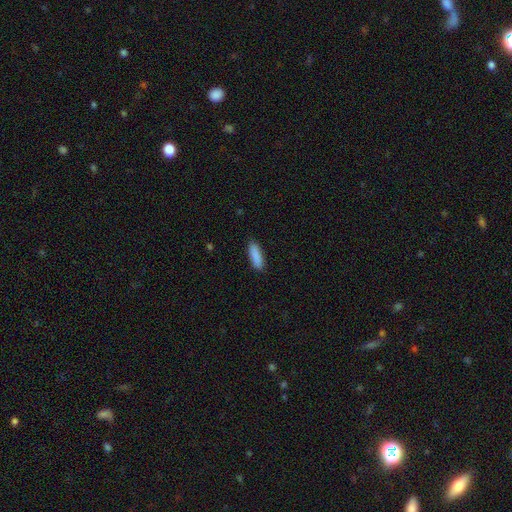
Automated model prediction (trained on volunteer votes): The model was most divided on "how rounded": cigar-shaped: 53%, in between: 45%, round: 1%. More confident: smooth or featured — smooth (90%); merging — none (89%).